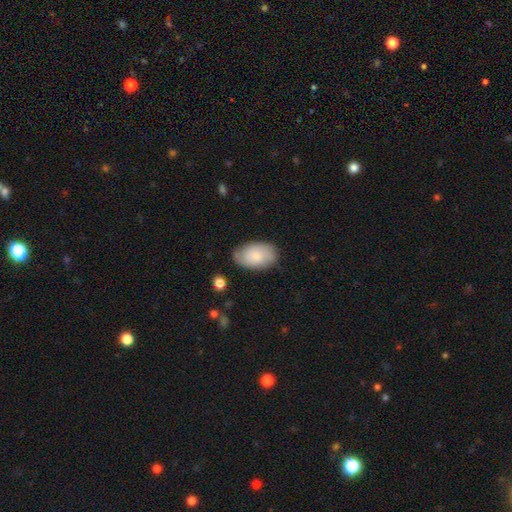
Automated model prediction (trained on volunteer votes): Q: Smooth or featured?
A: smooth (71%); runner-up: featured or disk (23%)
Q: How rounded?
A: in between (93%); runner-up: round (6%)
Q: Merging?
A: none (75%); runner-up: minor disturbance (19%)